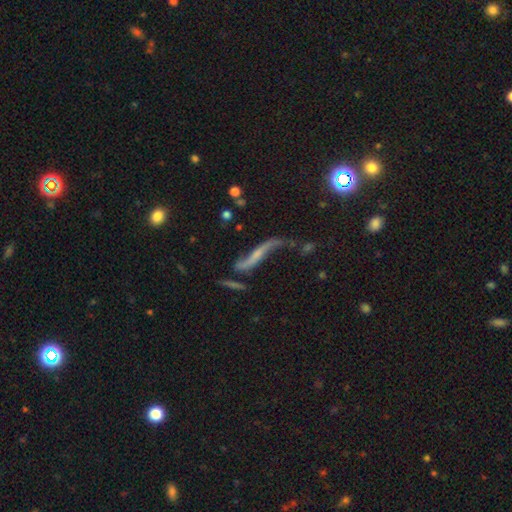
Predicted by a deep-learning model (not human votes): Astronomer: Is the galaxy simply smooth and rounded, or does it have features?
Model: featured or disk — 71%.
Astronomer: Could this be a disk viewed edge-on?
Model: no — 70%.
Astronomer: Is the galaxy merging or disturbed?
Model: none — 42% (runner-up: major disturbance, 23%).